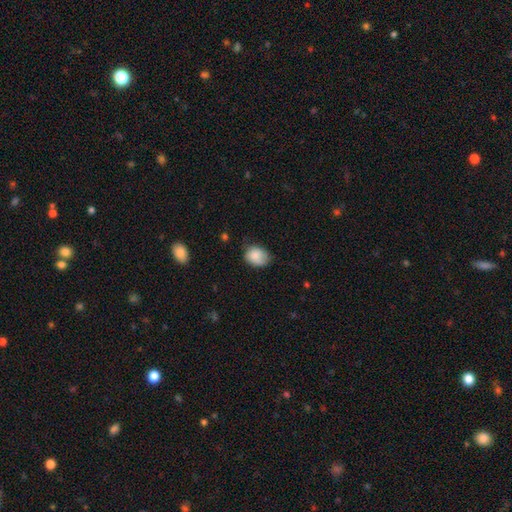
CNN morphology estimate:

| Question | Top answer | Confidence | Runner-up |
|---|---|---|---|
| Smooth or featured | smooth | 84% | featured or disk (9%) |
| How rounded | in between | 58% | round (41%) |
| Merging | none | 58% | minor disturbance (33%) |